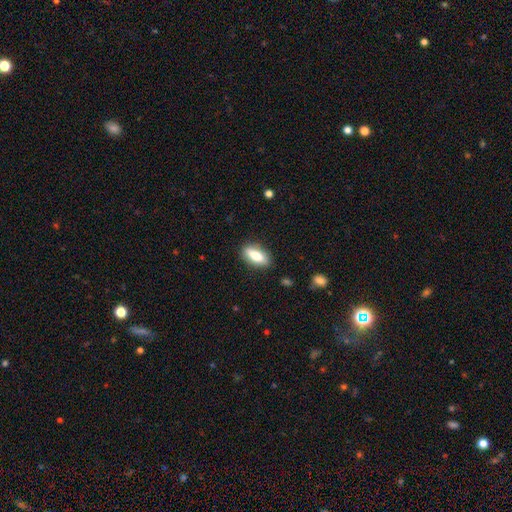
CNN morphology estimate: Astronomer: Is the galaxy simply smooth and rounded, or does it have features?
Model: smooth — 72%.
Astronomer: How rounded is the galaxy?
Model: in between — 77%.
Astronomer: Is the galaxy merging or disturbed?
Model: none — 86%.